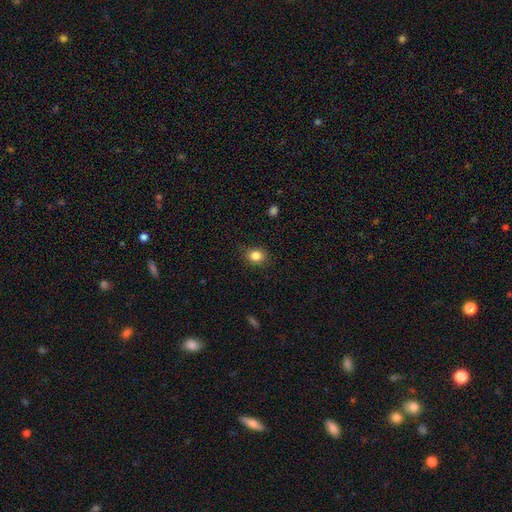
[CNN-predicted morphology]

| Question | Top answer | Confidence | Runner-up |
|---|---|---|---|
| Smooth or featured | smooth | 84% | star or artifact (11%) |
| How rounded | round | 65% | in between (34%) |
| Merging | none | 82% | minor disturbance (14%) |